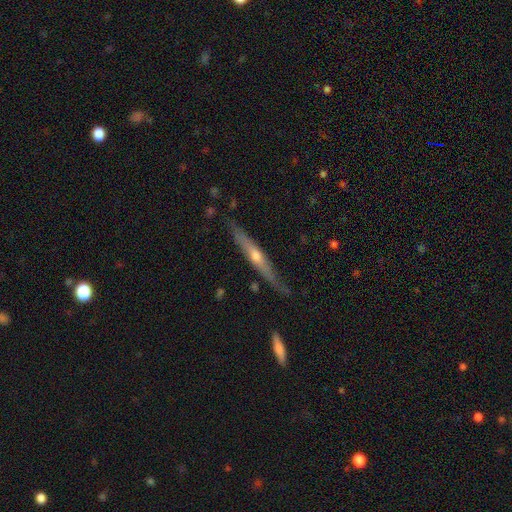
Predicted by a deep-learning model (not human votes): A featured or disk galaxy (74%) viewed edge-on (95%) with a rounded central bulge (83%). Merging: none (81%).